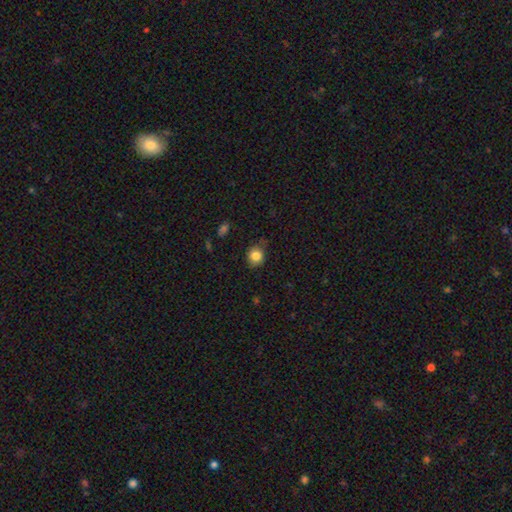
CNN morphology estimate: Smooth or featured?
  - smooth: 84% *
  - star or artifact: 11%
  - featured or disk: 6%
How rounded?
  - round: 78% *
  - in between: 21%
  - cigar-shaped: 1%
Merging?
  - none: 75% *
  - minor disturbance: 20%
  - major disturbance: 4%
  - merger: 2%